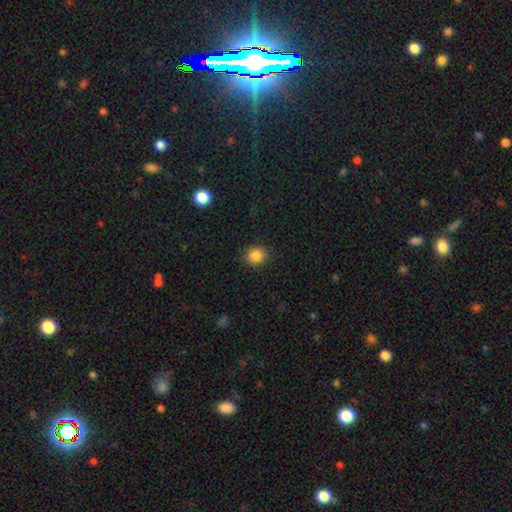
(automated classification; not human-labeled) Morphology: type=smooth (86%); roundness=round (66%); merging=none (89%).